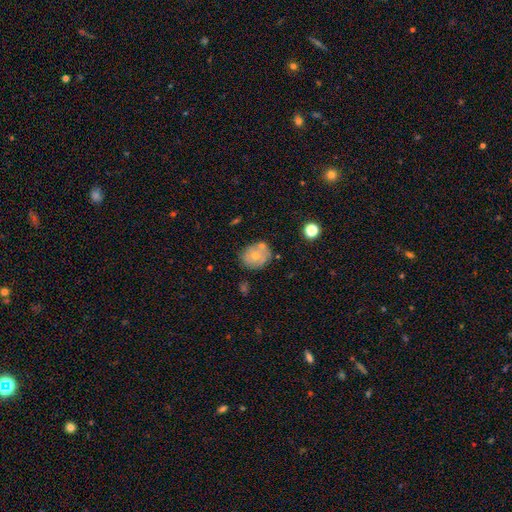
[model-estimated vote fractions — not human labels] This appears to be a smooth galaxy with no disk features (61%) that is round (69%). Merging: none (61%).